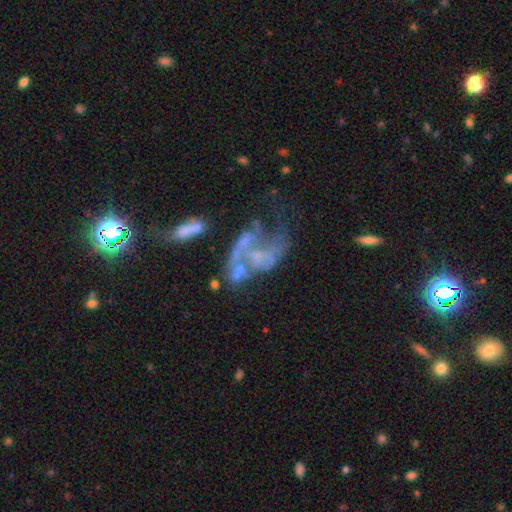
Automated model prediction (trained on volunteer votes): A featured or disk galaxy (68%) with no bar (80%), no spiral arms (56%) and no central bulge (64%).

Vote fractions:
- Smooth or featured? featured or disk: 68% / star or artifact: 18% / smooth: 13%
- Edge-on disk? no: 96% / yes: 4%
- Bar? no: 80% / weak: 15% / strong: 5%
- Spiral arms? no: 56% / yes: 44%
- Bulge size? none: 64% / small: 23% / moderate: 10% / large: 2% / dominant: 1%
- Merging? major disturbance: 37% / merger: 27% / none: 23% / minor disturbance: 13%